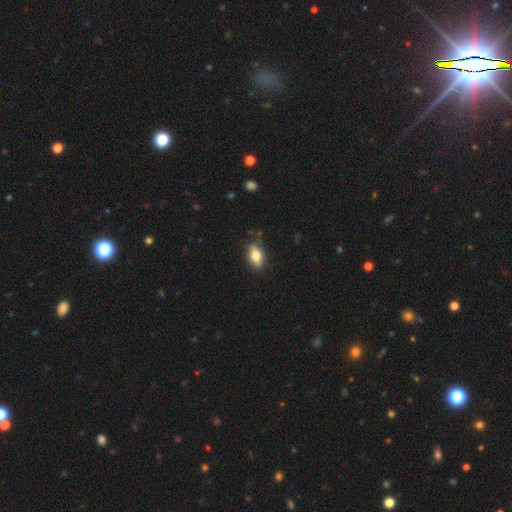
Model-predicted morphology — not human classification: type=smooth (75%); roundness=in between (86%); merging=none (80%).